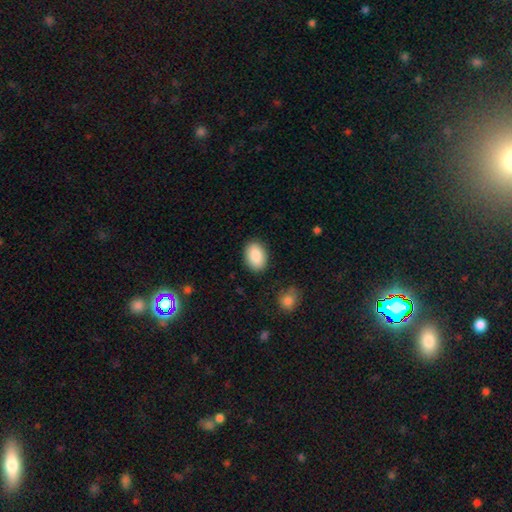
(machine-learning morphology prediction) This appears to be a smooth galaxy with no disk features (88%) that is in between round and cigar-shaped (84%). Merging: none (87%).